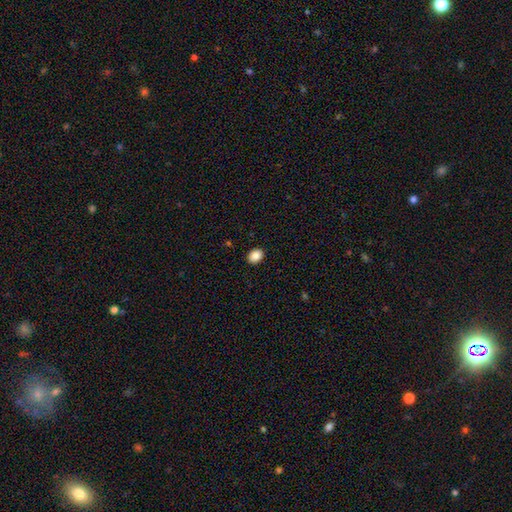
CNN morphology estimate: smooth 87%, star or artifact 9%, featured or disk 4%. Down the decision tree: how rounded — in between (64%); merging — none (90%).